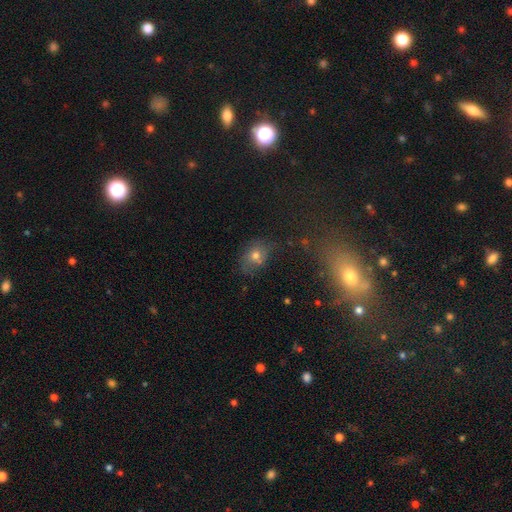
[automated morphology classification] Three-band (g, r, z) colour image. It shows a smooth galaxy with no disk features (65%) that is in between round and cigar-shaped (53%). Merging: none (54%).